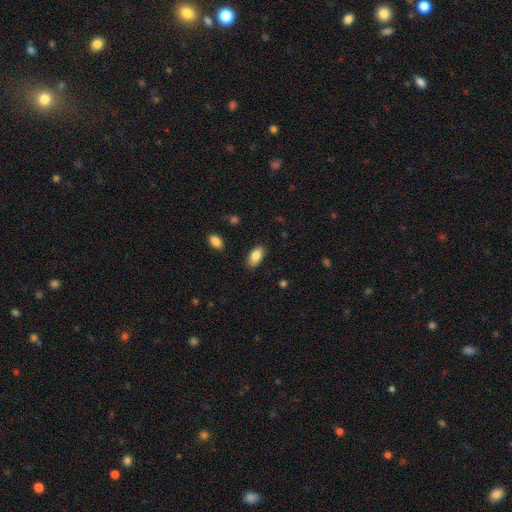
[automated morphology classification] smooth-or-featured: smooth: 85% | featured or disk: 7% | star or artifact: 7%
  how-rounded: in between: 93% | round: 4% | cigar-shaped: 3%
  merging: none: 86% | minor disturbance: 10% | major disturbance: 2% | merger: 1%